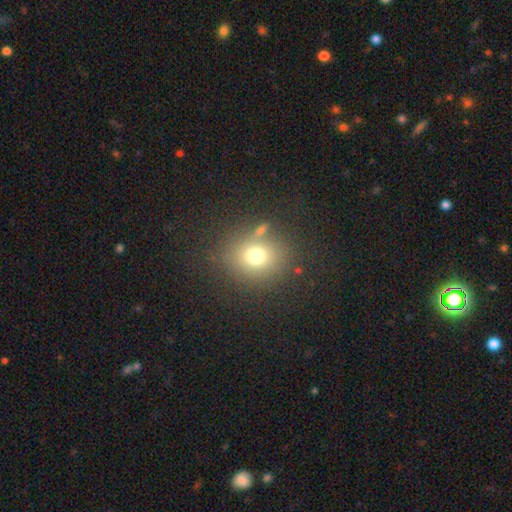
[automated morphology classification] type=smooth (71%); roundness=round (74%); merging=none (76%).